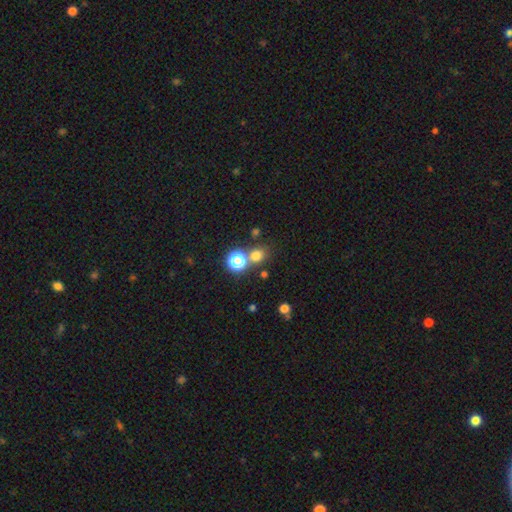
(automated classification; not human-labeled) This appears to be a smooth galaxy with no disk features (70%) that is round (80%). Merging: none (67%).